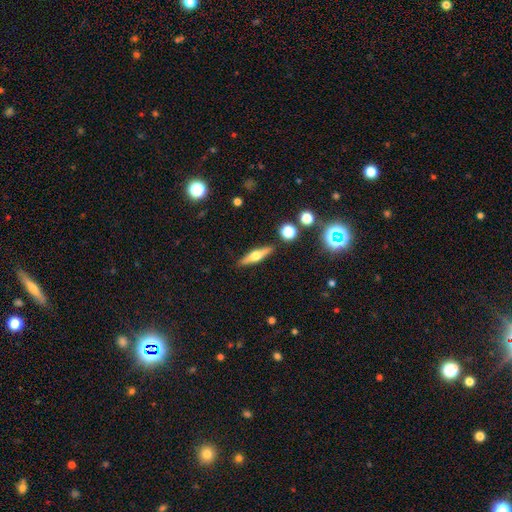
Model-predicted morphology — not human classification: This is possibly a featured or disk galaxy (58%). It is clearly viewed edge-on (95%). Edge-on bulge: clearly rounded (93%). Merging: clearly none (88%).